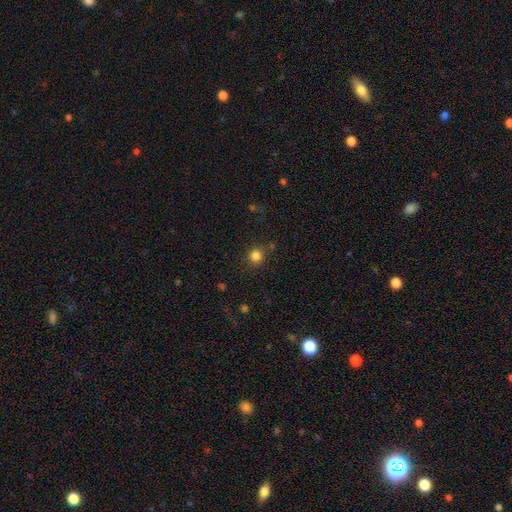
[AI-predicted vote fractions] Smooth or featured?
  - smooth: 82% *
  - star or artifact: 13%
  - featured or disk: 5%
How rounded?
  - round: 88% *
  - in between: 11%
  - cigar-shaped: 1%
Merging?
  - none: 80% *
  - minor disturbance: 11%
  - merger: 5%
  - major disturbance: 4%